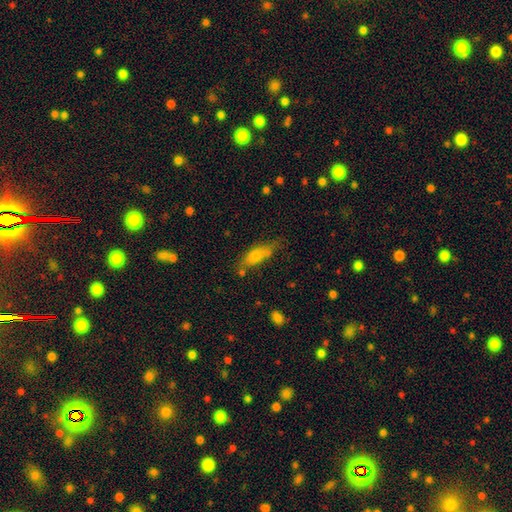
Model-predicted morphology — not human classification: Smooth or featured? Predicted: smooth (p=0.70). How rounded? Predicted: in between (p=0.56). Merging? Predicted: none (p=0.57).